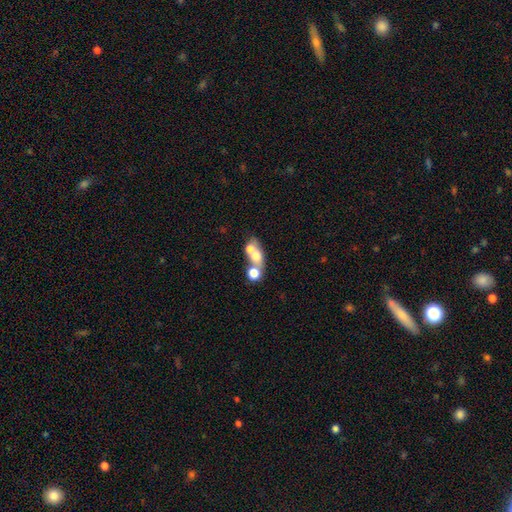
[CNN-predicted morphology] A smooth galaxy with no disk features (57%) that is in between round and cigar-shaped (49%). Merging: merger (58%).